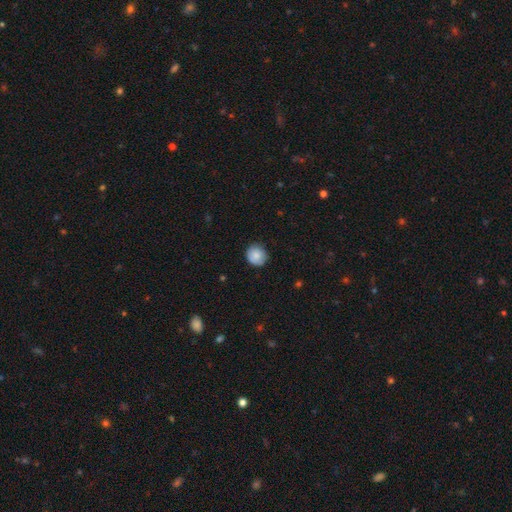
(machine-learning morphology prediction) Smooth or featured? smooth (80%)
How rounded? round (86%)
Merging? none (78%)